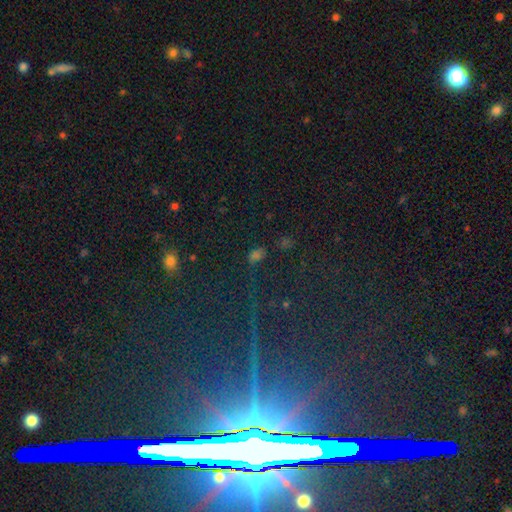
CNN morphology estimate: Smooth or featured: star or artifact — 51% (smooth — 39%)